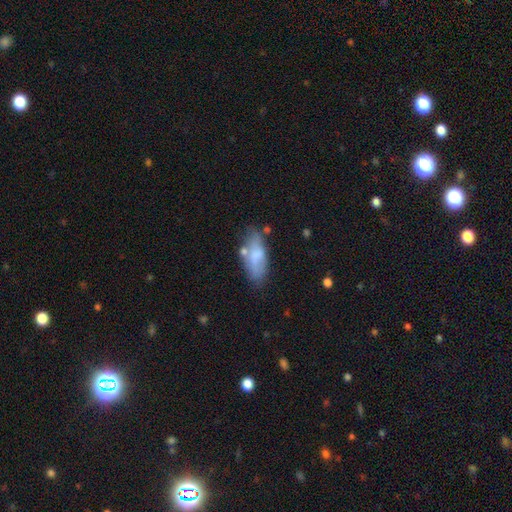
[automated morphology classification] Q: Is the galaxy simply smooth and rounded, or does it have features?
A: smooth — 67%.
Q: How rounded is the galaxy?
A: in between — 79%.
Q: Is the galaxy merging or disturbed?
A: none — 58%.